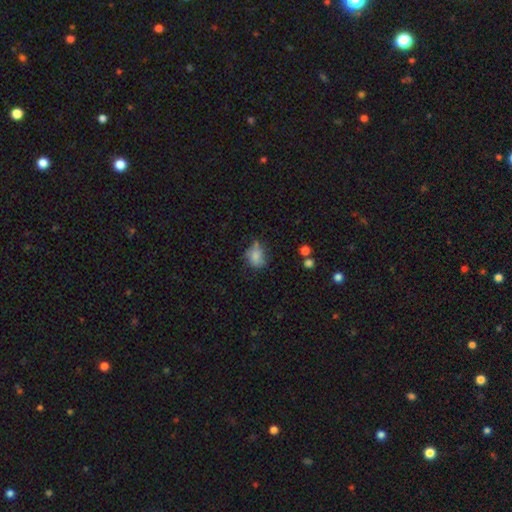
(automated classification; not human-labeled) Morphology: type=smooth (76%); roundness=in between (53%); merging=none (47%).